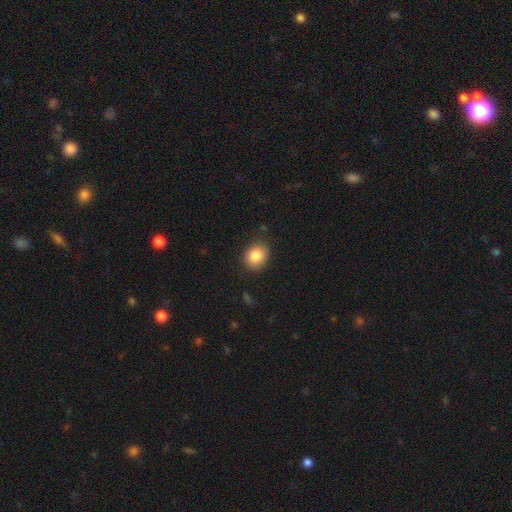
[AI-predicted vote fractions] smooth-or-featured: smooth: 85% | star or artifact: 9% | featured or disk: 6%
  how-rounded: round: 59% | in between: 40% | cigar-shaped: 1%
  merging: none: 85% | minor disturbance: 11% | major disturbance: 3% | merger: 1%